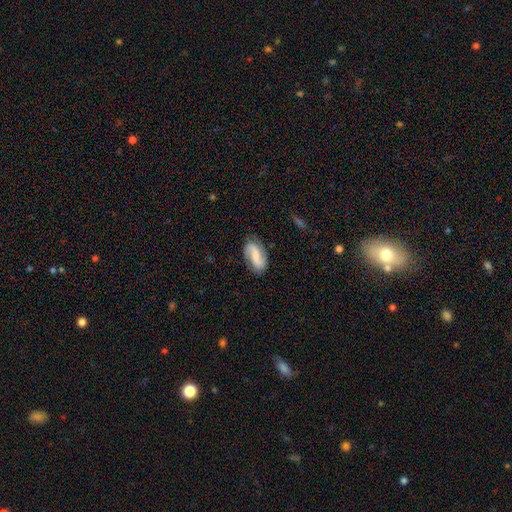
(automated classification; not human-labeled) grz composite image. It shows a featured or disk galaxy (69%) with a weak bar (42%), 2 (90%) loose (48%) spiral arms (95%) and no central bulge (37%). Merging: none (78%).